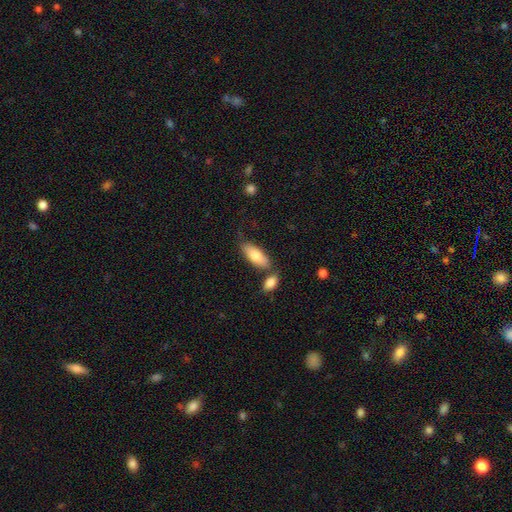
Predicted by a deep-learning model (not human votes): This is likely a smooth galaxy (80%). How rounded: clearly in between (81%). Merging: possibly none (58%).